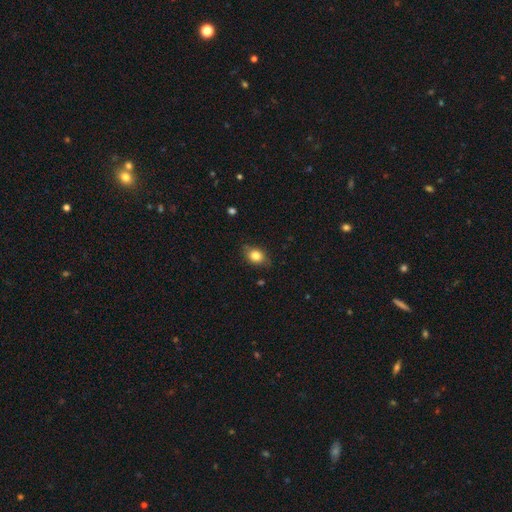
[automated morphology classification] A smooth galaxy with no disk features (81%) that is in between round and cigar-shaped (66%).

Vote fractions:
- Smooth or featured? smooth: 81% / featured or disk: 11% / star or artifact: 9%
- How rounded? in between: 66% / round: 32% / cigar-shaped: 2%
- Merging? none: 76% / minor disturbance: 19% / major disturbance: 4% / merger: 1%